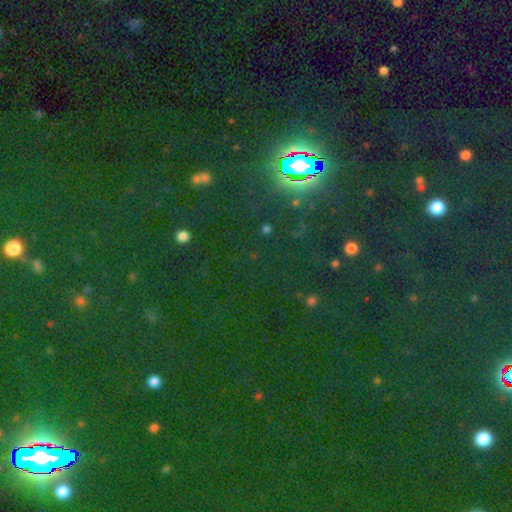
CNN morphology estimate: Smooth or featured? Predicted: star or artifact (p=0.80).